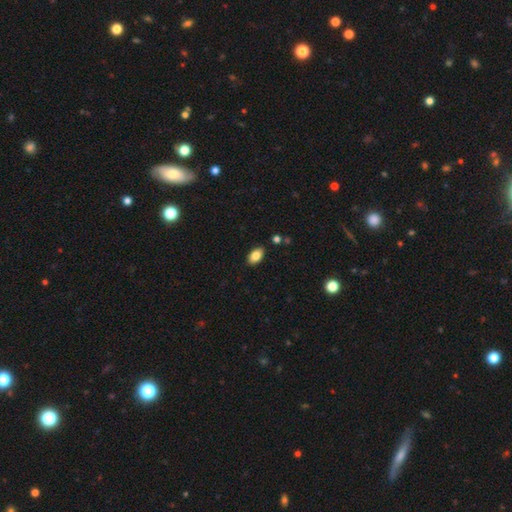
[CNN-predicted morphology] smooth 83%, featured or disk 9%, star or artifact 8%. Down the decision tree: how rounded — in between (92%); merging — none (86%).